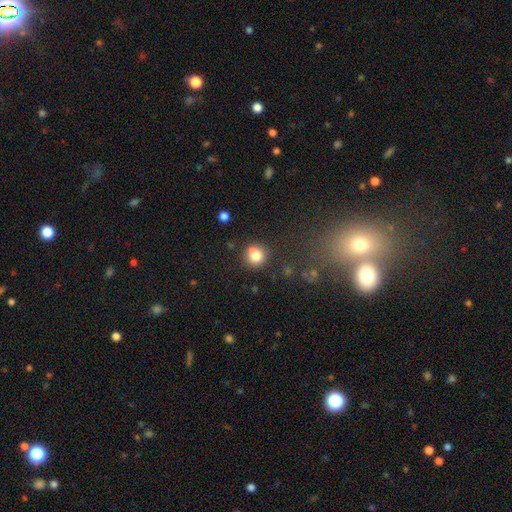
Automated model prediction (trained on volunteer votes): A smooth galaxy with no disk features (78%) that is round (86%). Merging: none (63%).